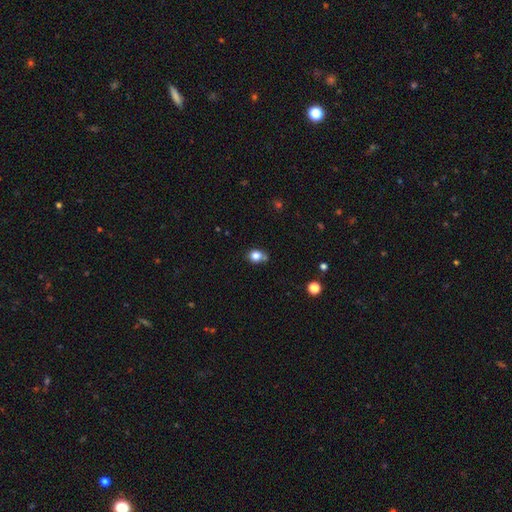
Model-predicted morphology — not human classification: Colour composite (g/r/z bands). It shows a smooth galaxy with no disk features (81%) that is round (63%). Merging: none (62%).